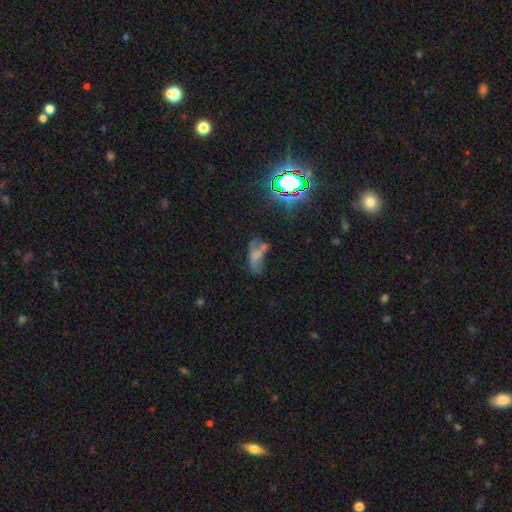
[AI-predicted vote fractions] The model was most divided on "merging": none: 27%, merger: 26%, major disturbance: 26%, minor disturbance: 21%. Remaining: smooth or featured — smooth (47%).